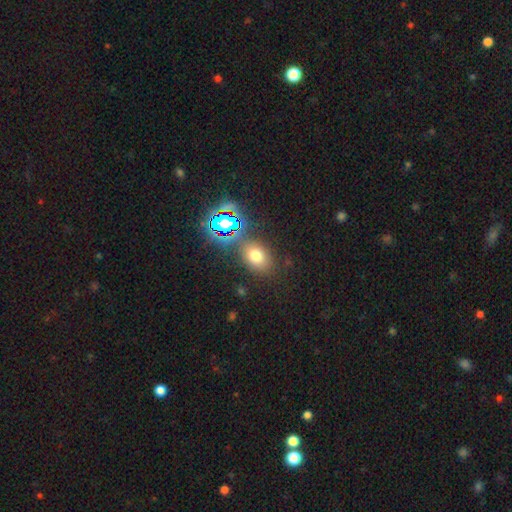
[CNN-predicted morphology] A smooth galaxy with no disk features (67%) that is in between round and cigar-shaped (68%).

Vote fractions:
- Smooth or featured? smooth: 67% / star or artifact: 23% / featured or disk: 10%
- How rounded? in between: 68% / round: 31% / cigar-shaped: 2%
- Merging? none: 77% / minor disturbance: 12% / merger: 7% / major disturbance: 4%